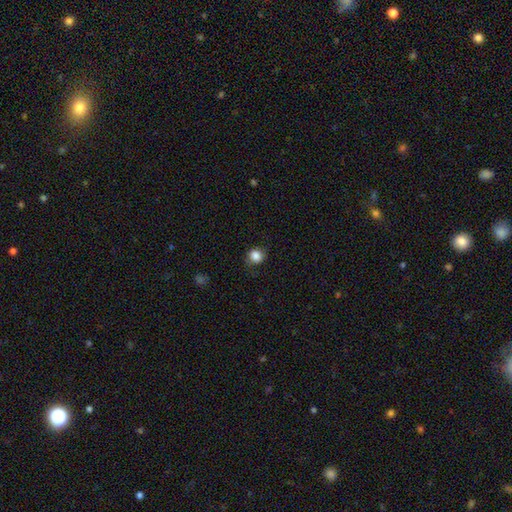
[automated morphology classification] smooth 85%, star or artifact 10%, featured or disk 5%. Down the decision tree: how rounded — round (80%); merging — none (78%).